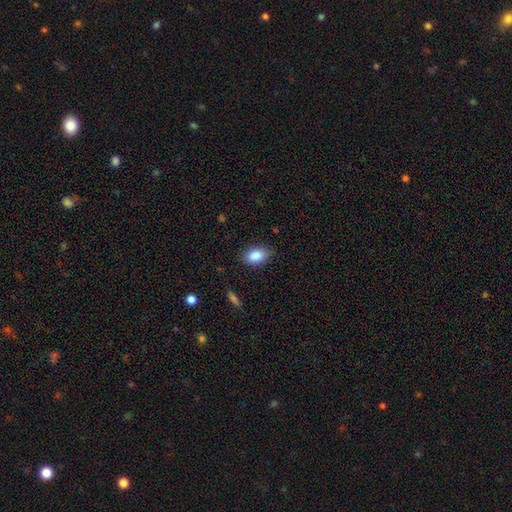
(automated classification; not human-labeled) This appears to be a smooth galaxy with no disk features (88%) that is in between round and cigar-shaped (89%). Merging: none (81%).